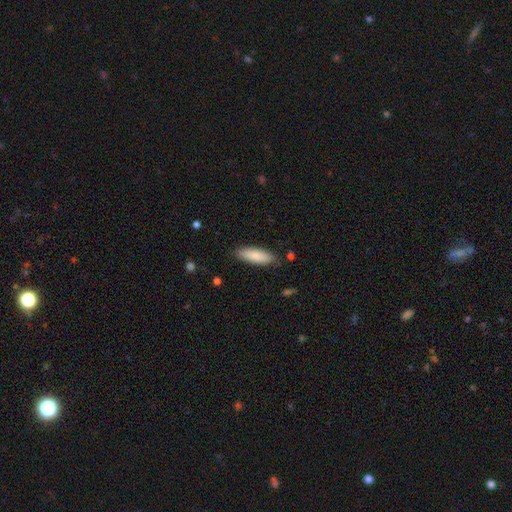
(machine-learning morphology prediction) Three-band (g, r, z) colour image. It shows a smooth galaxy with no disk features (85%) that is in between round and cigar-shaped (52%). Merging: none (85%).